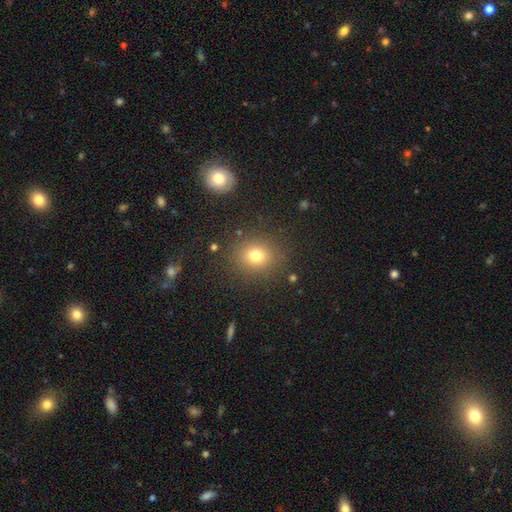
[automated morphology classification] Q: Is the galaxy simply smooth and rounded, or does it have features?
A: smooth — 75%.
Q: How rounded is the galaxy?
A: round — 79%.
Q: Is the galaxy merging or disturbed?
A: none — 86%.